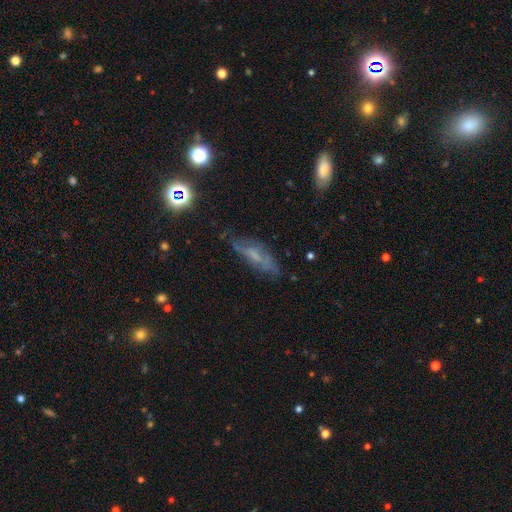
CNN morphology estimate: Q: Smooth or featured?
A: featured or disk (48%); runner-up: smooth (37%)
Q: Merging?
A: none (61%); runner-up: minor disturbance (25%)